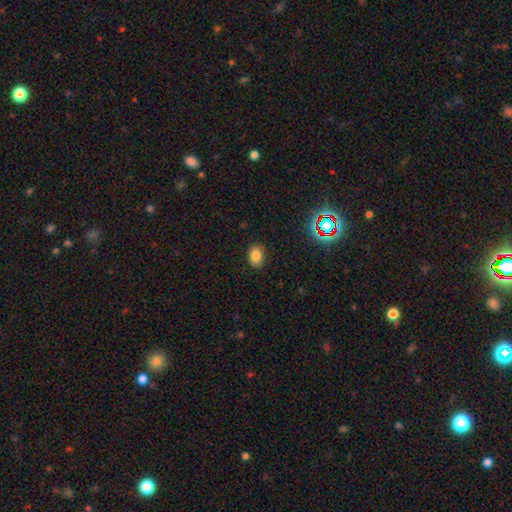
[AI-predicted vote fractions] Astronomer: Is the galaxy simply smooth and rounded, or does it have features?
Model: smooth — 81%.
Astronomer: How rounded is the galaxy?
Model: in between — 78%.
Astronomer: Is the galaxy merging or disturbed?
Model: none — 86%.